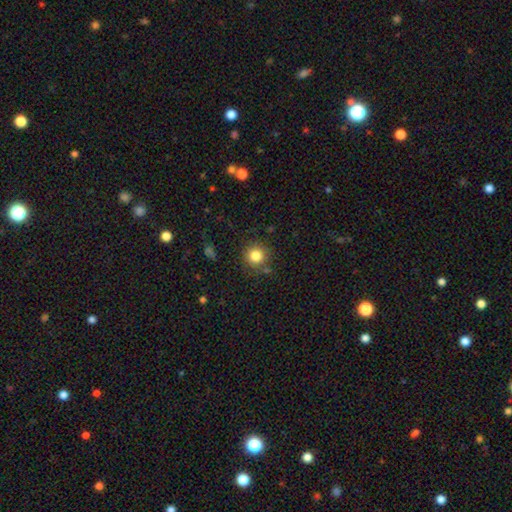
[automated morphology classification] smooth-or-featured: smooth: 82% | star or artifact: 12% | featured or disk: 7%
  how-rounded: round: 93% | in between: 6% | cigar-shaped: 1%
  merging: none: 84% | minor disturbance: 9% | merger: 4% | major disturbance: 3%